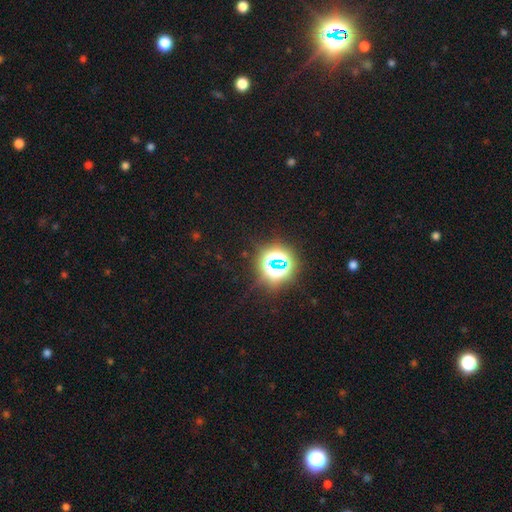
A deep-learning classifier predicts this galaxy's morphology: type=star or artifact (82%).